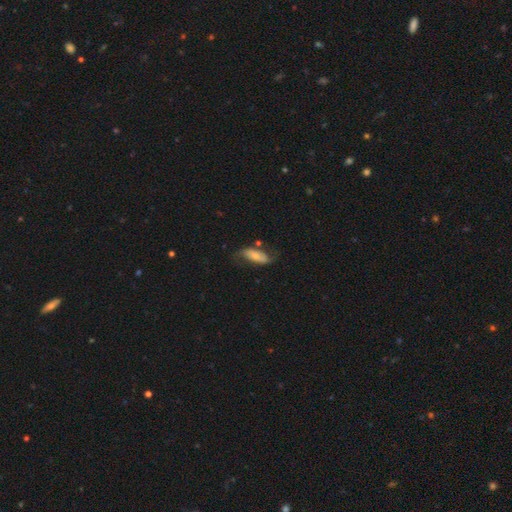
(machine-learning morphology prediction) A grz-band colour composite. It shows a featured or disk galaxy (48%). Merging: none (57%).